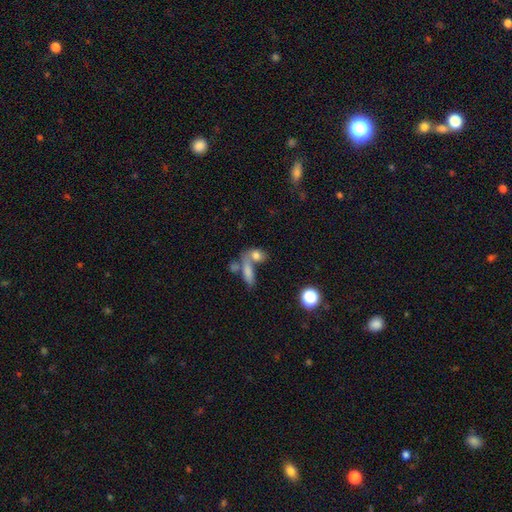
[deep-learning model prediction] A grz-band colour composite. It shows a smooth galaxy with no disk features (57%) that is in between round and cigar-shaped (60%). Merging: merger (49%).